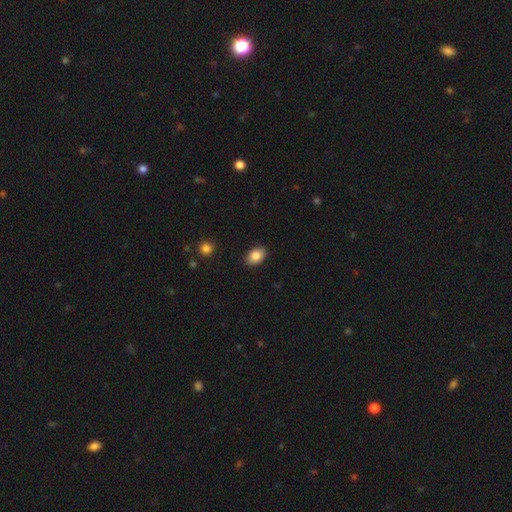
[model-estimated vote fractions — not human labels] Q: Smooth or featured?
A: smooth (85%); runner-up: star or artifact (7%)
Q: How rounded?
A: in between (87%); runner-up: round (12%)
Q: Merging?
A: none (88%); runner-up: minor disturbance (9%)